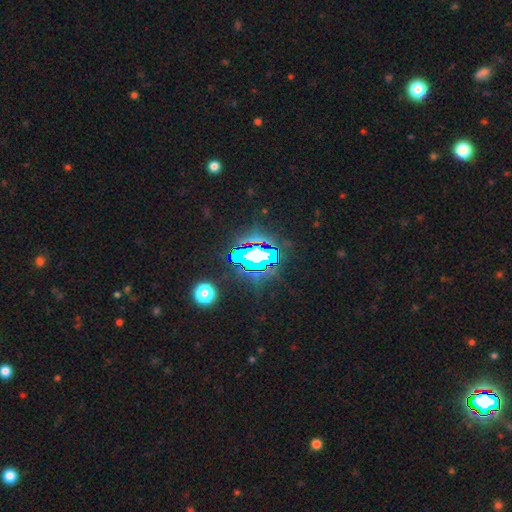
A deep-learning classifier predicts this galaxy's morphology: Smooth or featured: star or artifact — 72% (featured or disk — 15%)